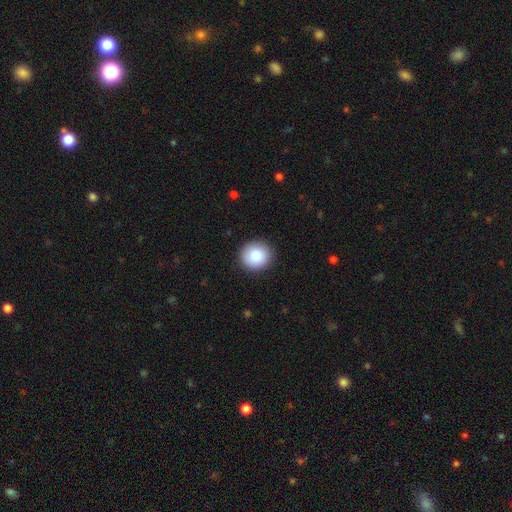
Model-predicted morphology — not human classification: Smooth or featured?
  - smooth: 83% *
  - star or artifact: 8%
  - featured or disk: 8%
How rounded?
  - round: 89% *
  - in between: 11%
  - cigar-shaped: 1%
Merging?
  - none: 91% *
  - minor disturbance: 6%
  - major disturbance: 2%
  - merger: 1%